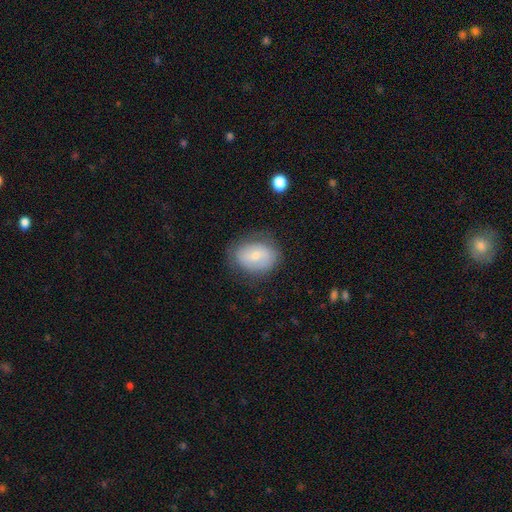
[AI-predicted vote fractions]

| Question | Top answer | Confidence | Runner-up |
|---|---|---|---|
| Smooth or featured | smooth | 59% | featured or disk (33%) |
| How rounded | in between | 62% | round (37%) |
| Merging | none | 72% | minor disturbance (20%) |